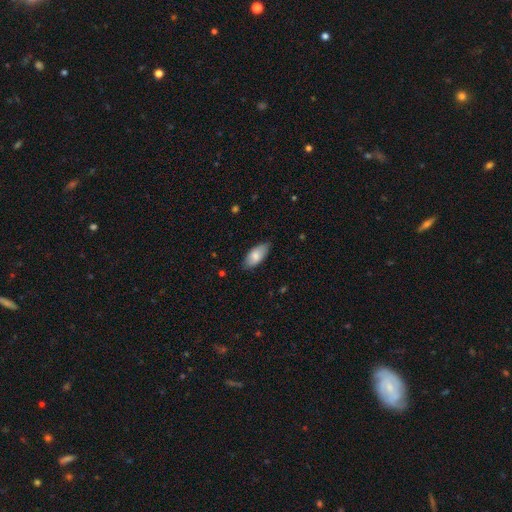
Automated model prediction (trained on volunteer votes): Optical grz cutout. It shows a smooth galaxy with no disk features (81%) that is in between round and cigar-shaped (91%). Merging: none (80%).